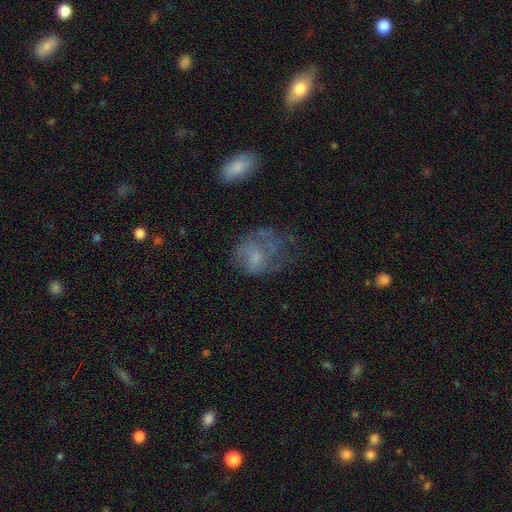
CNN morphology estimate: smooth_or_featured: smooth (p=0.50) [alt: featured or disk p=0.38]
how_rounded: in between (p=0.53) [alt: round p=0.45]
merging: major disturbance (p=0.38) [alt: none p=0.33]